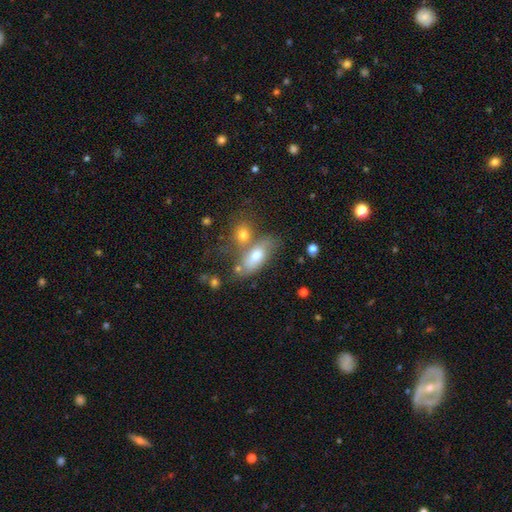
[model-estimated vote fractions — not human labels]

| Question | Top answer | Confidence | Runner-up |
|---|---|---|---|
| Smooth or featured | smooth | 69% | featured or disk (23%) |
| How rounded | in between | 83% | cigar-shaped (11%) |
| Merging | merger | 41% | none (39%) |